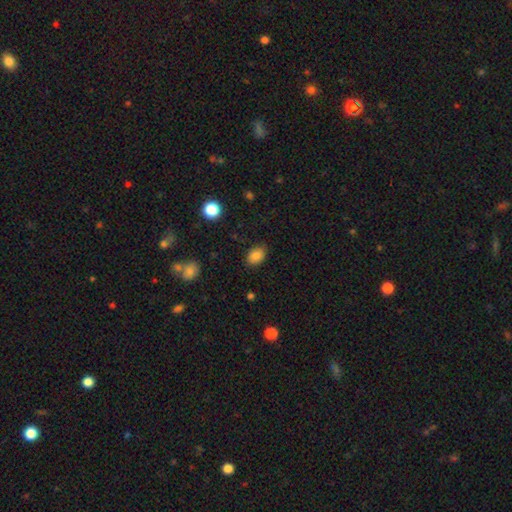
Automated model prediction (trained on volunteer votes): Smooth or featured?
  - smooth: 86% *
  - star or artifact: 9%
  - featured or disk: 5%
How rounded?
  - in between: 78% *
  - round: 21%
  - cigar-shaped: 1%
Merging?
  - none: 84% *
  - minor disturbance: 12%
  - major disturbance: 3%
  - merger: 1%